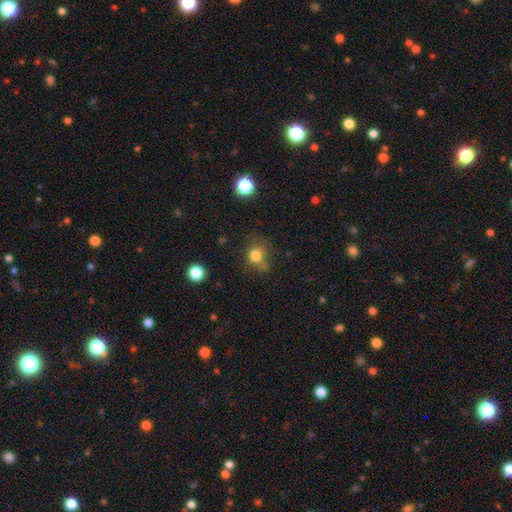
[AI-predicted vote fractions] This appears to be a smooth galaxy with no disk features (78%) that is round (72%). Merging: none (53%).